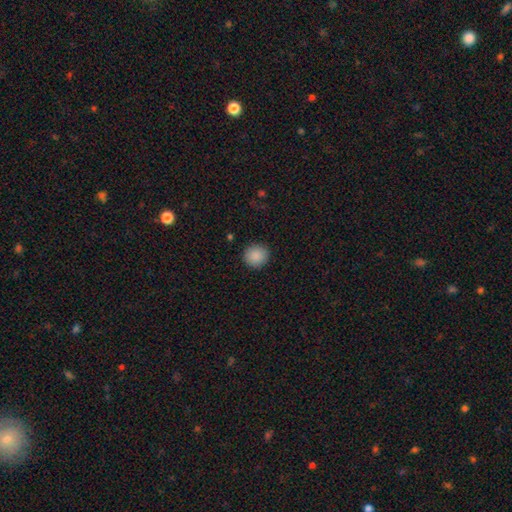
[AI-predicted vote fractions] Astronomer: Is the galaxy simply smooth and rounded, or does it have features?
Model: smooth — 89%.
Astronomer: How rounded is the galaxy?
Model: round — 91%.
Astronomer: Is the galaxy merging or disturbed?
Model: none — 91%.